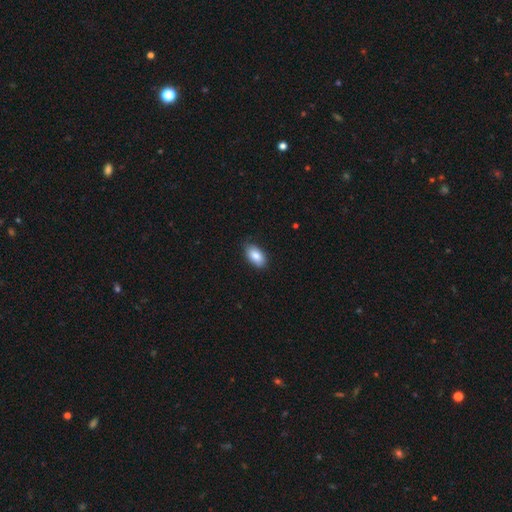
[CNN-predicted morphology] Overall: smooth (84%). How rounded: in between (93%). Merging: none (82%).